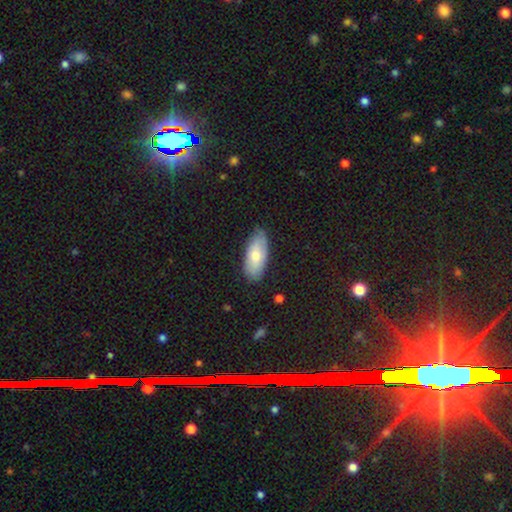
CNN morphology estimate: Q: Smooth or featured?
A: smooth (69%); runner-up: featured or disk (25%)
Q: How rounded?
A: in between (89%); runner-up: cigar-shaped (9%)
Q: Merging?
A: none (77%); runner-up: minor disturbance (19%)